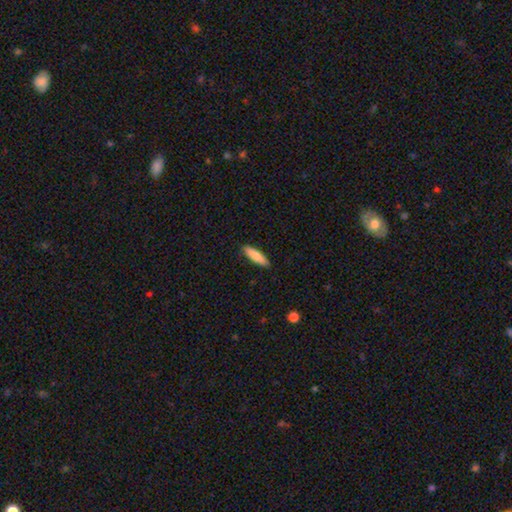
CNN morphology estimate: Smooth or featured? smooth (82%)
How rounded? cigar-shaped (64%)
Merging? none (89%)